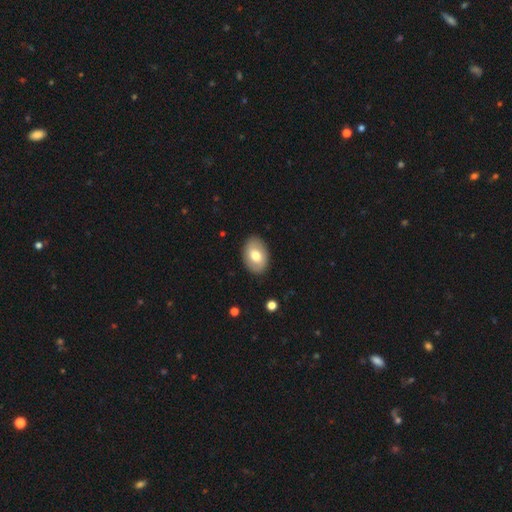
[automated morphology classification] The model was most divided on "smooth or featured": smooth: 71%, featured or disk: 23%, star or artifact: 6%. More confident: merging — none (88%); how rounded — in between (85%).